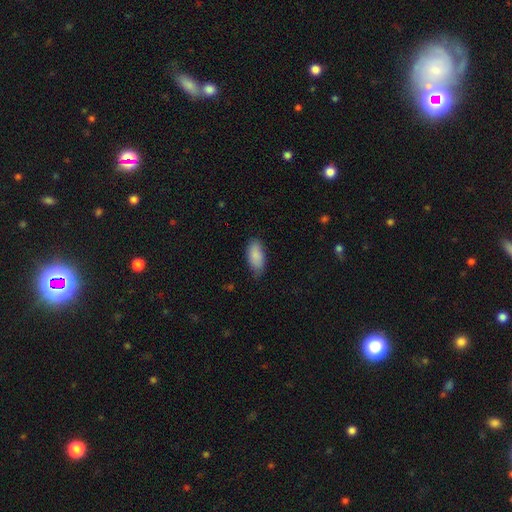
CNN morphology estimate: The model was most divided on "merging": none: 73%, minor disturbance: 22%, major disturbance: 4%, merger: 1%. More confident: how rounded — in between (90%); smooth or featured — smooth (88%).